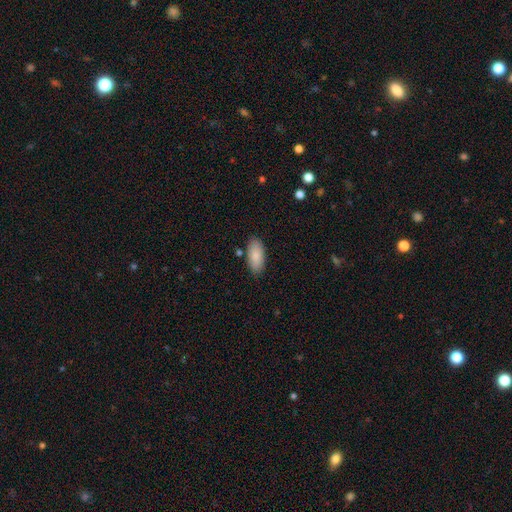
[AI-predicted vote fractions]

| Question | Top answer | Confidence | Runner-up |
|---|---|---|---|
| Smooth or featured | smooth | 86% | featured or disk (8%) |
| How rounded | in between | 92% | cigar-shaped (6%) |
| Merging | none | 84% | minor disturbance (11%) |